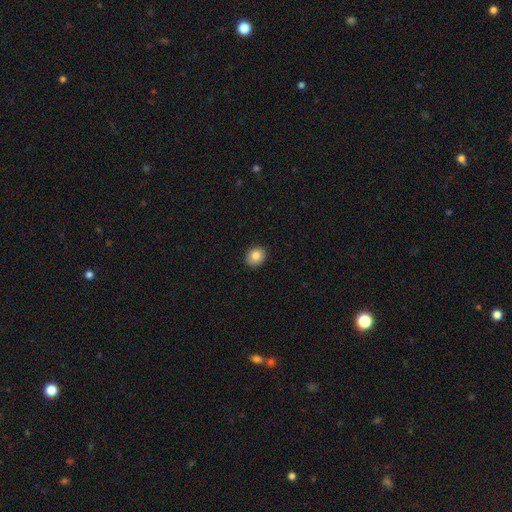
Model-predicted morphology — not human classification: A smooth galaxy with no disk features (84%) that is round (69%). Merging: none (90%).